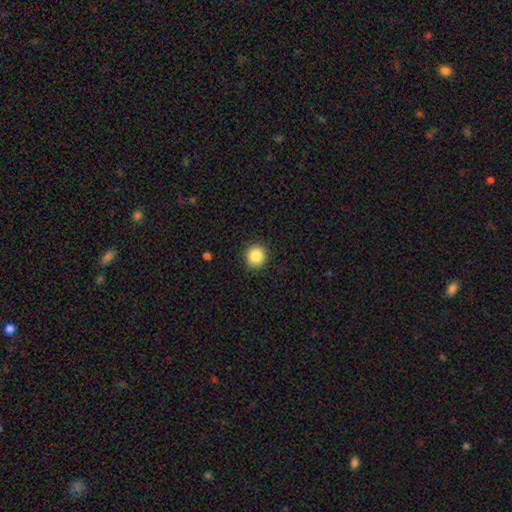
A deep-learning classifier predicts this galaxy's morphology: A smooth galaxy with no disk features (86%) that is round (91%).

Vote fractions:
- Smooth or featured? smooth: 86% / star or artifact: 9% / featured or disk: 4%
- How rounded? round: 91% / in between: 8% / cigar-shaped: 1%
- Merging? none: 91% / minor disturbance: 6% / major disturbance: 2% / merger: 1%